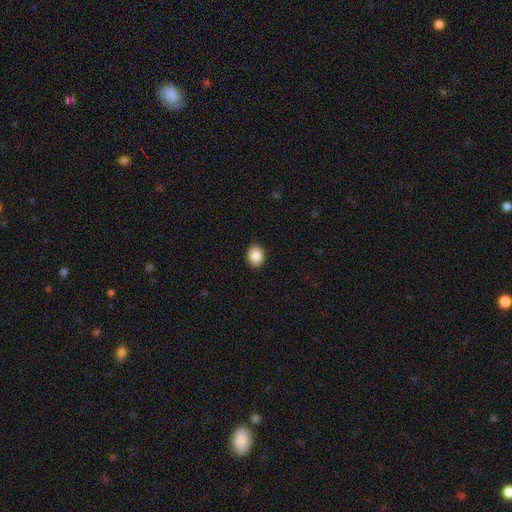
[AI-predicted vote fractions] This appears to be a smooth galaxy with no disk features (88%) that is round (52%). Merging: none (91%).